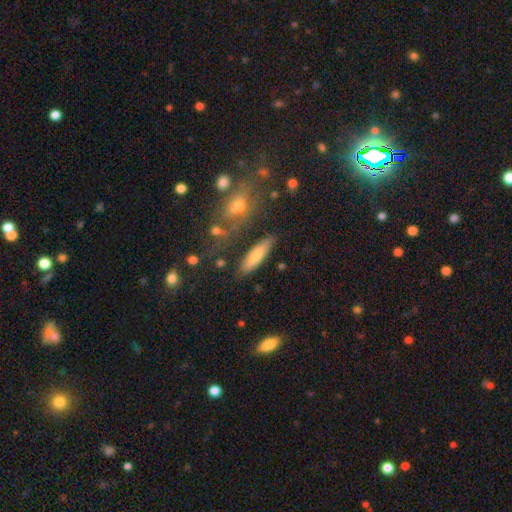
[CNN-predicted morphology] Smooth or featured: smooth — 73% (featured or disk — 20%)
How rounded: cigar-shaped — 60% (in between — 38%)
Merging: none — 78% (minor disturbance — 13%)